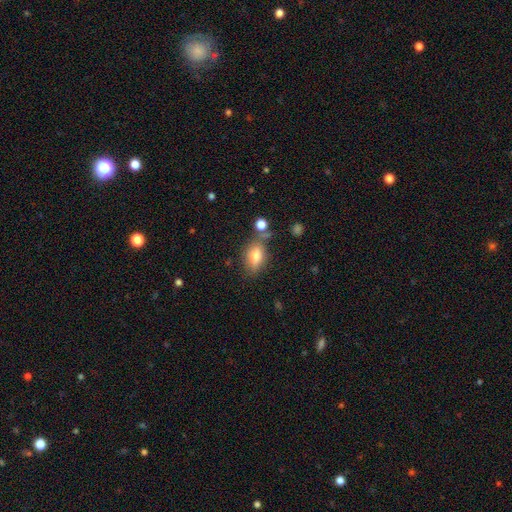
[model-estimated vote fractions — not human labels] Smooth or featured?
  - smooth: 69% *
  - featured or disk: 20%
  - star or artifact: 10%
How rounded?
  - in between: 82% *
  - round: 11%
  - cigar-shaped: 7%
Merging?
  - none: 62% *
  - minor disturbance: 19%
  - merger: 11%
  - major disturbance: 7%